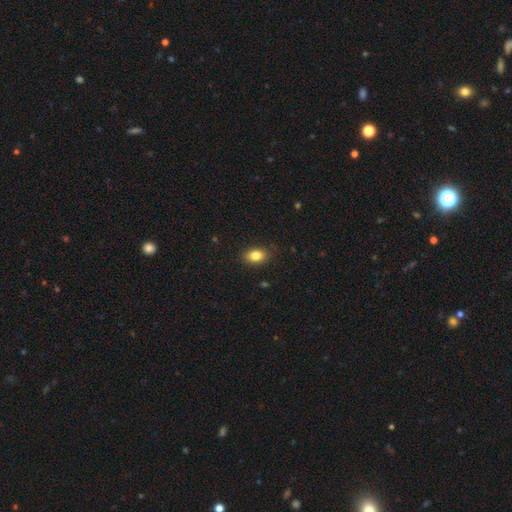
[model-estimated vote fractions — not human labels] Smooth or featured?
  - smooth: 84% *
  - star or artifact: 9%
  - featured or disk: 7%
How rounded?
  - in between: 82% *
  - round: 17%
  - cigar-shaped: 1%
Merging?
  - none: 86% *
  - minor disturbance: 11%
  - major disturbance: 2%
  - merger: 1%